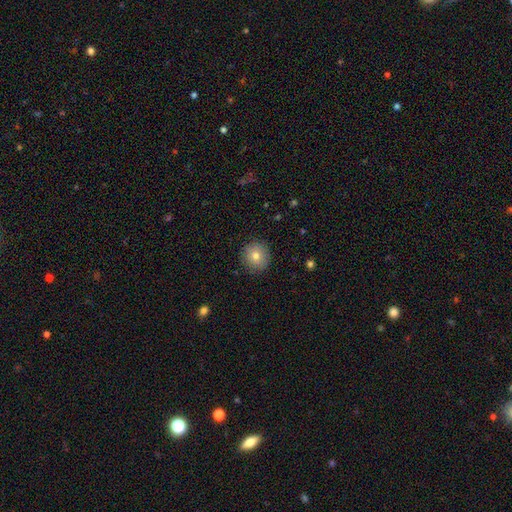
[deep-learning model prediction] Smooth or featured?
  - smooth: 78% *
  - featured or disk: 12%
  - star or artifact: 10%
How rounded?
  - round: 93% *
  - in between: 6%
  - cigar-shaped: 1%
Merging?
  - none: 90% *
  - minor disturbance: 7%
  - major disturbance: 2%
  - merger: 1%